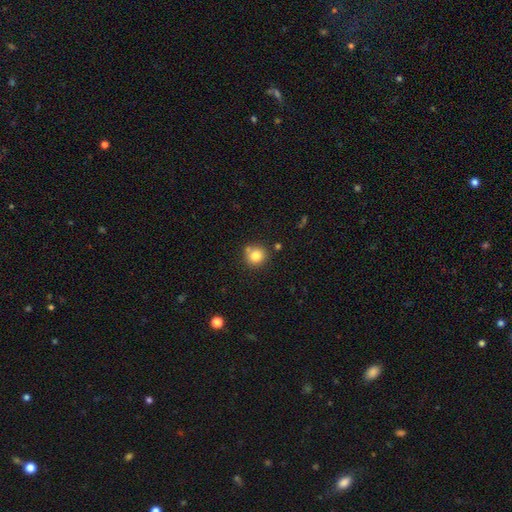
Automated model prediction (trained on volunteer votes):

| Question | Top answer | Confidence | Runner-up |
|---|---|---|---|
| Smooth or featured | smooth | 80% | star or artifact (11%) |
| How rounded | round | 89% | in between (10%) |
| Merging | none | 73% | merger (13%) |